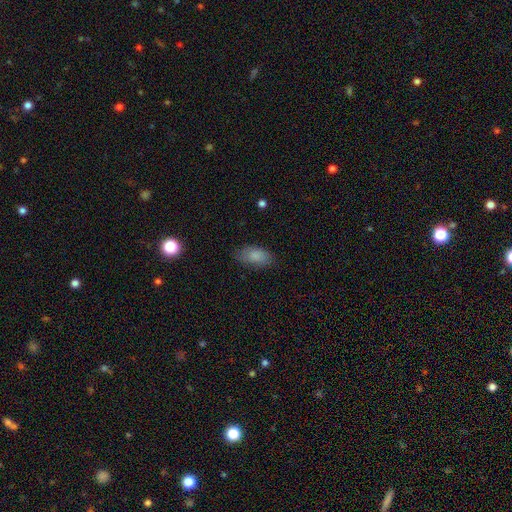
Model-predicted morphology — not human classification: A smooth galaxy with no disk features (86%) that is in between round and cigar-shaped (92%). Merging: none (77%).